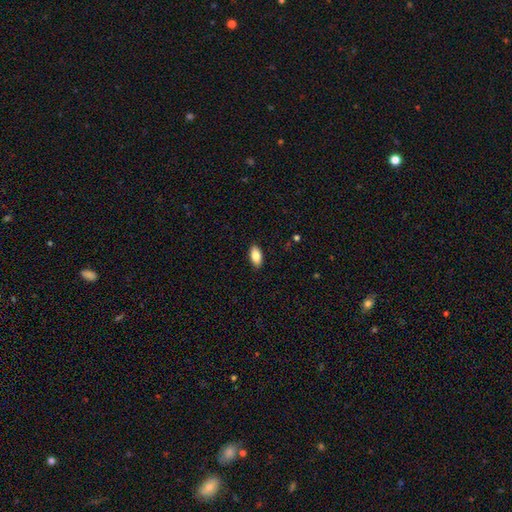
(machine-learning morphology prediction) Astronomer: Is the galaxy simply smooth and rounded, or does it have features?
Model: smooth — 86%.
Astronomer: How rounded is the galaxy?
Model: in between — 93%.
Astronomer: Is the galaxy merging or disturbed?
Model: none — 89%.